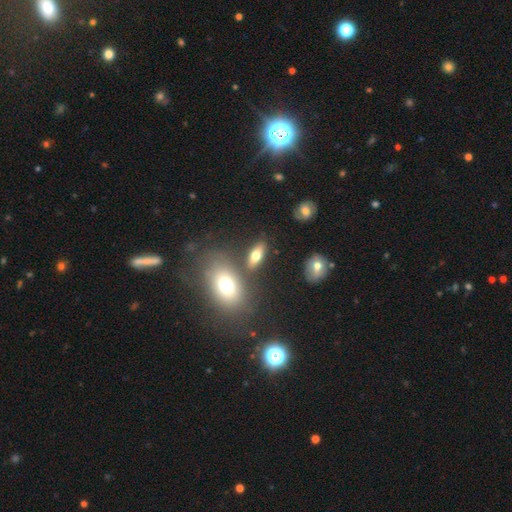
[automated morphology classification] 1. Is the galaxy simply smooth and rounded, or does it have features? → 66% smooth, 24% featured or disk, 9% star or artifact.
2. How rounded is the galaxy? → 79% in between, 15% cigar-shaped, 6% round.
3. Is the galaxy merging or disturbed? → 76% none, 11% minor disturbance, 9% merger, 4% major disturbance.